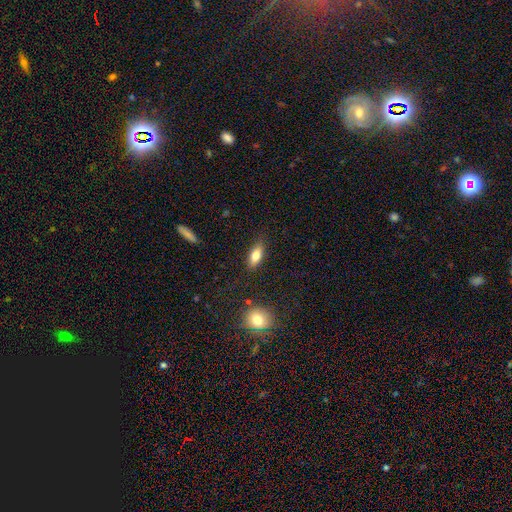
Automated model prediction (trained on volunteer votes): smooth 79%, featured or disk 13%, star or artifact 8%. Down the decision tree: how rounded — in between (80%); merging — none (82%).